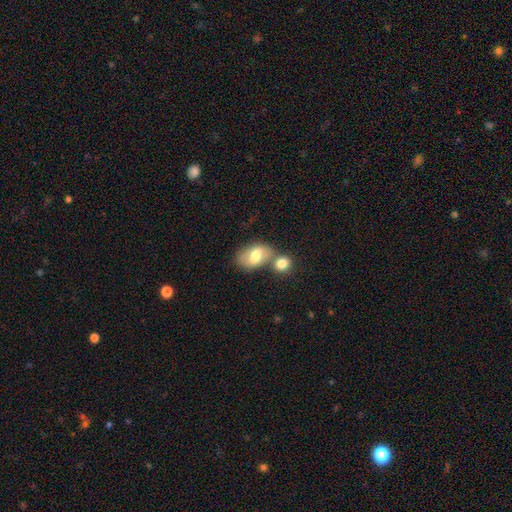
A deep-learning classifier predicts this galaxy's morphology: Overall: smooth (67%). How rounded: in between (85%). Merging: none (44%; merger 38%).